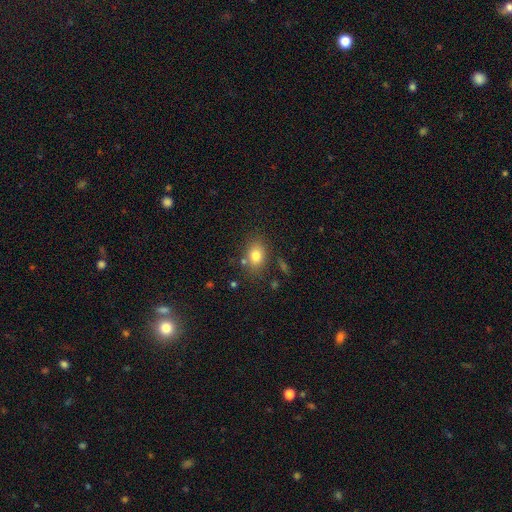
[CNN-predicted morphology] smooth_or_featured: smooth (p=0.79) [alt: star or artifact p=0.11]
how_rounded: in between (p=0.68) [alt: round p=0.30]
merging: none (p=0.76) [alt: minor disturbance p=0.14]